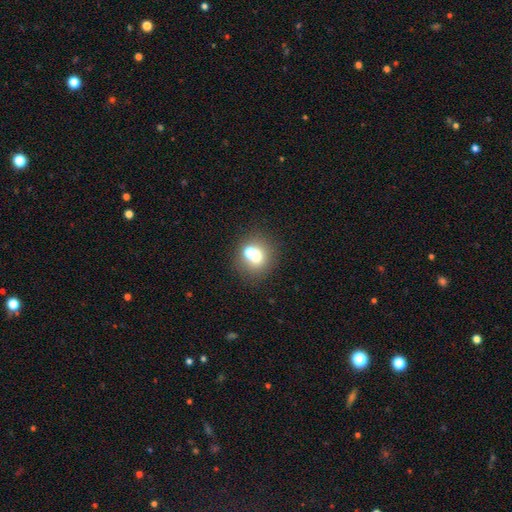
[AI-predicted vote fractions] Smooth or featured? smooth (64%)
How rounded? round (82%)
Merging? none (51%)